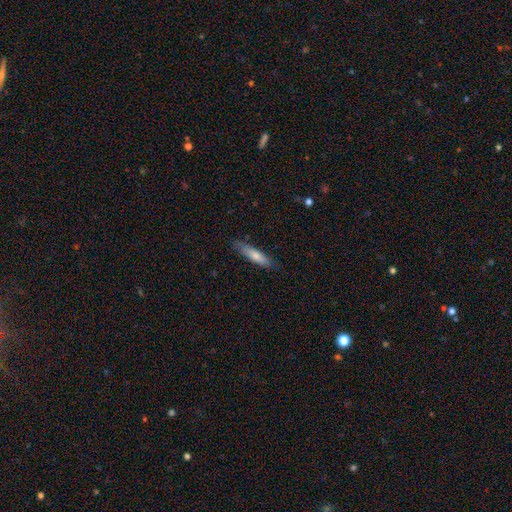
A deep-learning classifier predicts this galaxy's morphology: smooth-or-featured: smooth: 74% | featured or disk: 21% | star or artifact: 6%
  how-rounded: cigar-shaped: 78% | in between: 20% | round: 1%
  merging: none: 81% | minor disturbance: 15% | major disturbance: 3% | merger: 1%